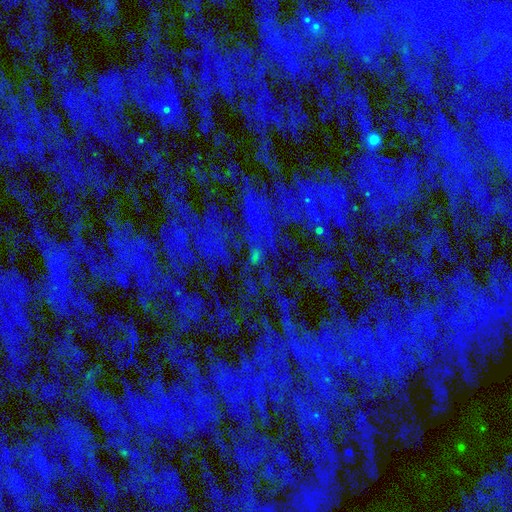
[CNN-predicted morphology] The model was most divided on "smooth or featured": star or artifact: 76%, smooth: 14%, featured or disk: 10%.